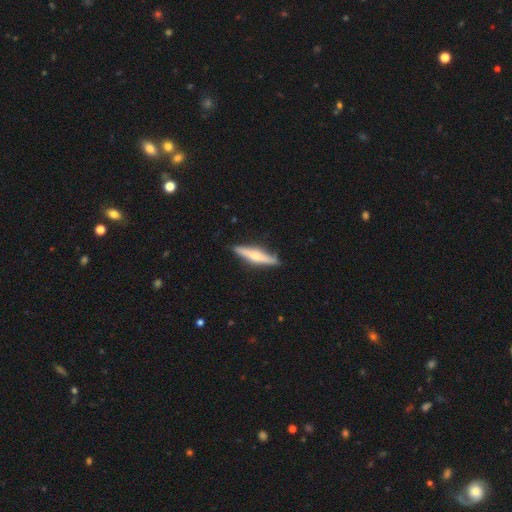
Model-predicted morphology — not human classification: smooth_or_featured: featured or disk (p=0.53) [alt: smooth p=0.42]
disk_edge_on: yes (p=0.95) [alt: no p=0.05]
merging: none (p=0.86) [alt: minor disturbance p=0.10]